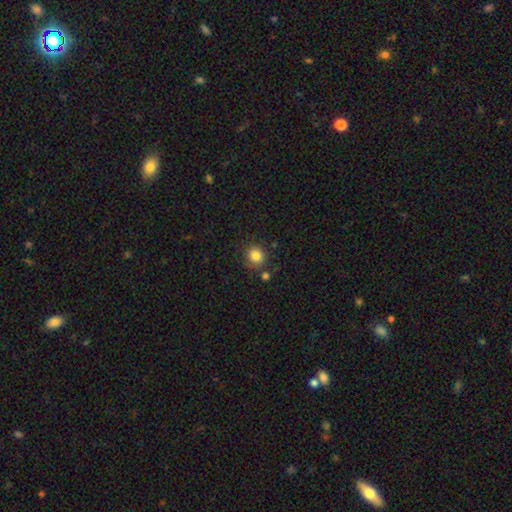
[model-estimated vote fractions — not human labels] Smooth or featured? Predicted: smooth (p=0.83). How rounded? Predicted: round (p=0.87). Merging? Predicted: none (p=0.80).